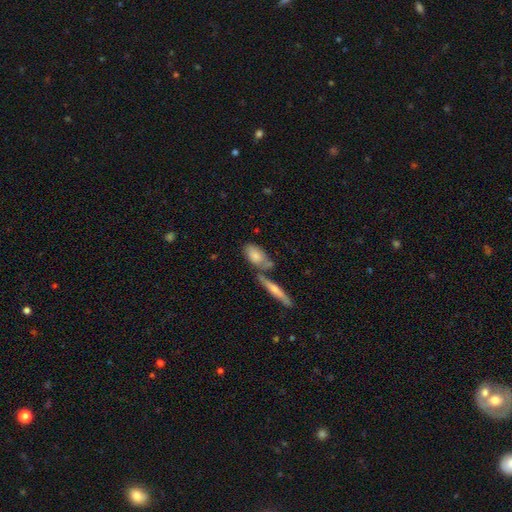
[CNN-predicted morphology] Q: Smooth or featured?
A: smooth (75%); runner-up: featured or disk (19%)
Q: How rounded?
A: in between (82%); runner-up: cigar-shaped (14%)
Q: Merging?
A: none (48%); runner-up: merger (32%)